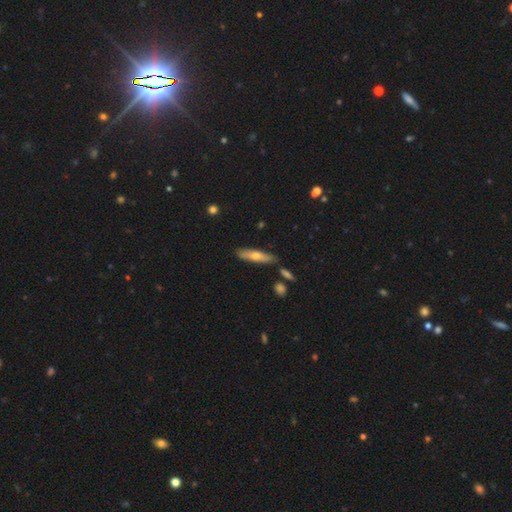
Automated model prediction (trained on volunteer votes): This is possibly a smooth galaxy (56%). How rounded: likely cigar-shaped (77%). Merging: clearly none (82%).